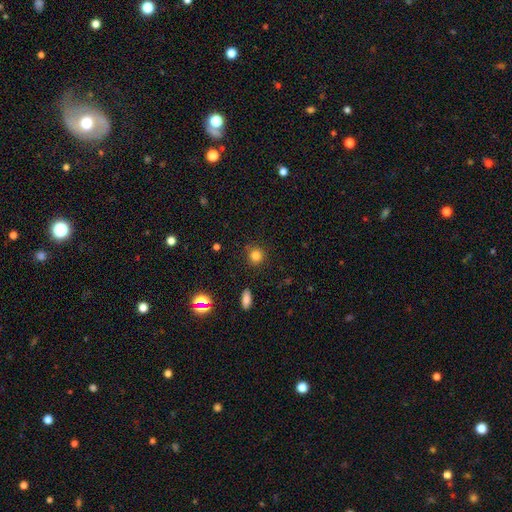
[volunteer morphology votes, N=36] smooth 86%, featured or disk 8%, star or artifact 6%. Down the decision tree: how rounded — round (94%); merging — none (91%).